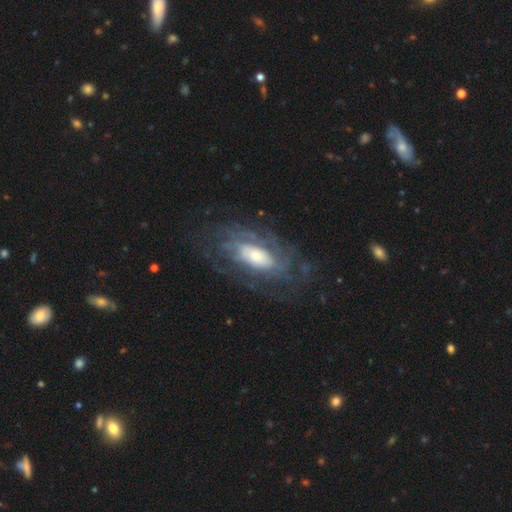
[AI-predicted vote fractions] This appears to be a featured or disk galaxy (74%) with no bar (68%), tight (60%) spiral arms (80%) and a moderate central bulge (42%). Merging: none (68%).